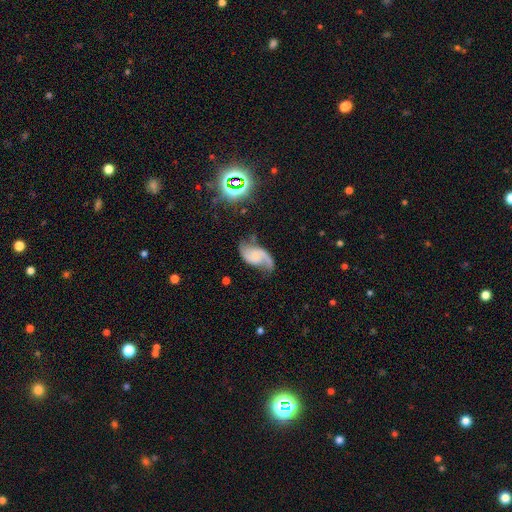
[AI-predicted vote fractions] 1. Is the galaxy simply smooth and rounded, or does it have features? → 78% featured or disk, 15% smooth, 8% star or artifact.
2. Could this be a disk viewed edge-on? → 97% no, 3% yes.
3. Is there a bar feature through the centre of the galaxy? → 63% no, 29% weak, 8% strong.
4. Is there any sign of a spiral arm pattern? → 94% yes, 6% no.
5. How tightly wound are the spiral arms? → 52% loose, 36% medium, 12% tight.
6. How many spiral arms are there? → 80% 2, 13% 1, 4% can't tell, 1% 3, 1% 4, 1% more than 4.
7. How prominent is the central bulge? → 45% none, 38% small, 12% moderate, 3% large, 2% dominant.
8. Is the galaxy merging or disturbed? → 52% none, 25% minor disturbance, 18% major disturbance, 4% merger.